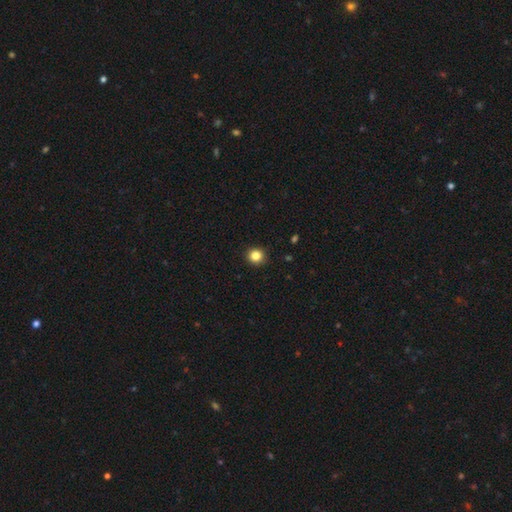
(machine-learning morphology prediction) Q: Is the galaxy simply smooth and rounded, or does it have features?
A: smooth — 85%.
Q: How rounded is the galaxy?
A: round — 91%.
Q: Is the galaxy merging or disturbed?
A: none — 92%.